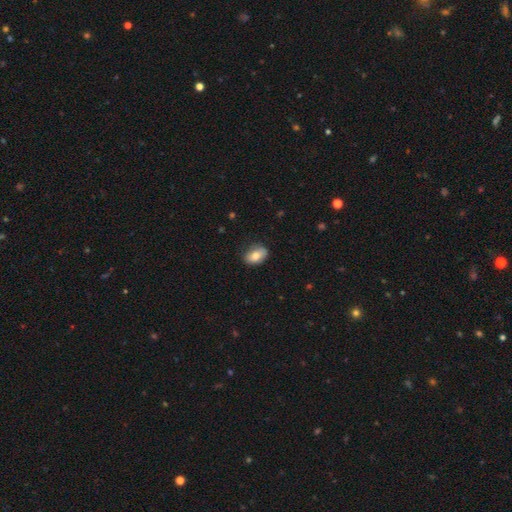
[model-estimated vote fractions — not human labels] smooth_or_featured: smooth (p=0.78) [alt: featured or disk p=0.15]
how_rounded: in between (p=0.82) [alt: round p=0.17]
merging: none (p=0.74) [alt: minor disturbance p=0.20]